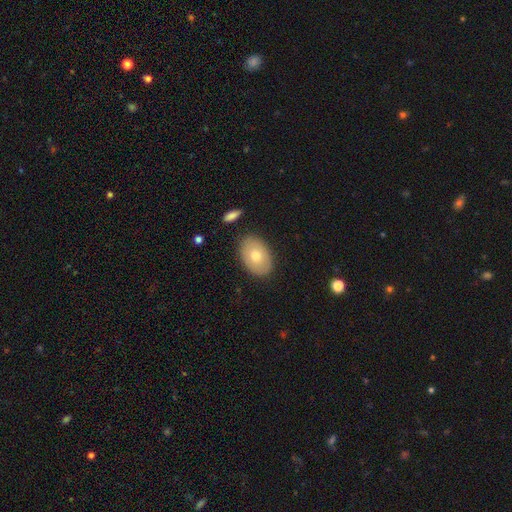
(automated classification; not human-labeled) Smooth or featured? Predicted: smooth (p=0.67). How rounded? Predicted: in between (p=0.85). Merging? Predicted: none (p=0.85).